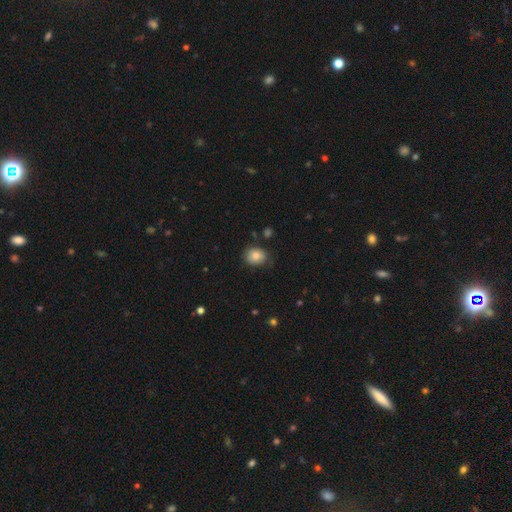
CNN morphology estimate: The model was most divided on "how rounded": round: 62%, in between: 37%, cigar-shaped: 1%. More confident: smooth or featured — smooth (80%); merging — none (74%).